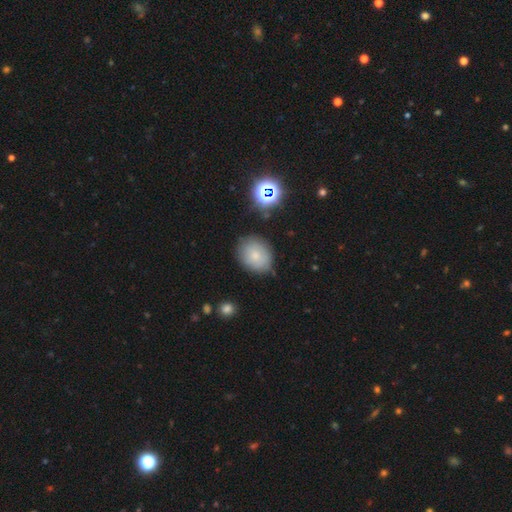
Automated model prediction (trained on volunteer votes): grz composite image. It shows a smooth galaxy with no disk features (73%) that is round (52%). Merging: none (77%).